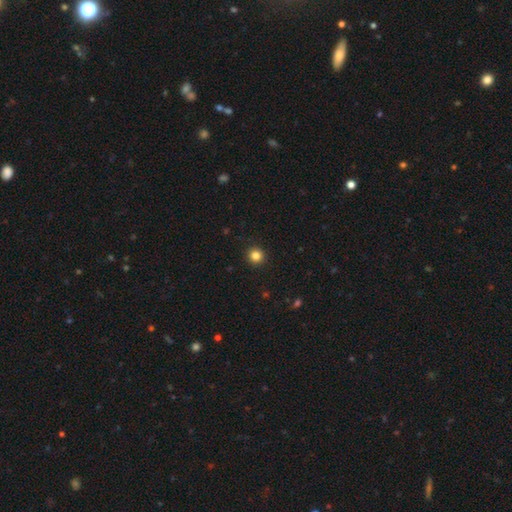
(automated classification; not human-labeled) Smooth or featured? Predicted: smooth (p=0.84). How rounded? Predicted: round (p=0.95). Merging? Predicted: none (p=0.93).